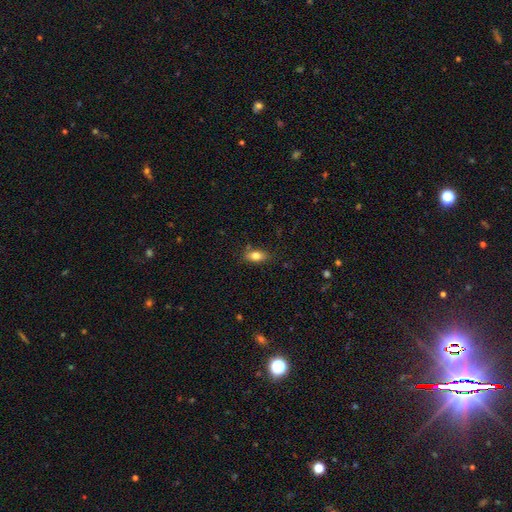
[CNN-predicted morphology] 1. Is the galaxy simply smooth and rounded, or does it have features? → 80% smooth, 12% featured or disk, 8% star or artifact.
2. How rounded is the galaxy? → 85% in between, 8% cigar-shaped, 7% round.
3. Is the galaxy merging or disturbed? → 80% none, 14% minor disturbance, 3% major disturbance, 3% merger.